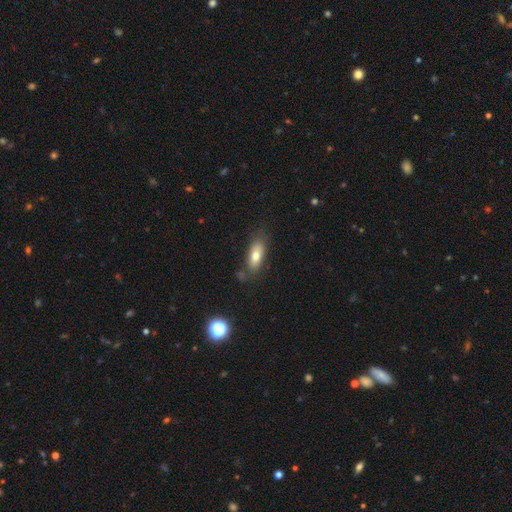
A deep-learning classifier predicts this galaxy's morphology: Q: Smooth or featured?
A: smooth (74%); runner-up: featured or disk (17%)
Q: How rounded?
A: in between (78%); runner-up: cigar-shaped (18%)
Q: Merging?
A: none (69%); runner-up: minor disturbance (19%)